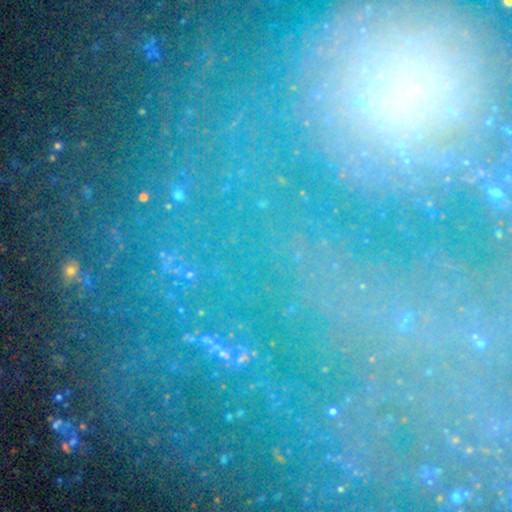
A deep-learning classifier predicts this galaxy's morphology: Smooth or featured? Predicted: star or artifact (p=0.76).